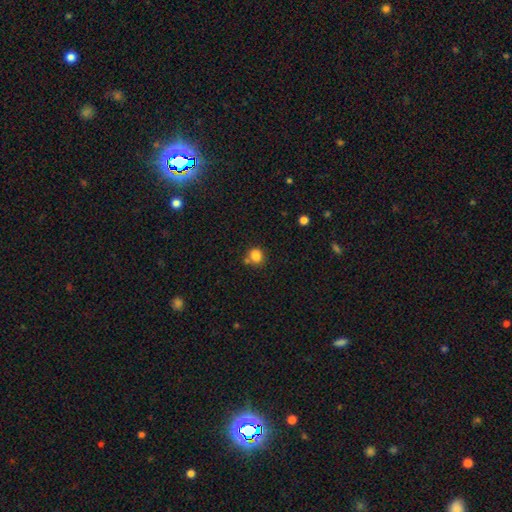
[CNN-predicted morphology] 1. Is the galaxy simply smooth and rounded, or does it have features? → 84% smooth, 11% star or artifact, 5% featured or disk.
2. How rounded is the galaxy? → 79% round, 20% in between, 1% cigar-shaped.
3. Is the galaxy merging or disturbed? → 67% none, 15% merger, 14% minor disturbance, 4% major disturbance.